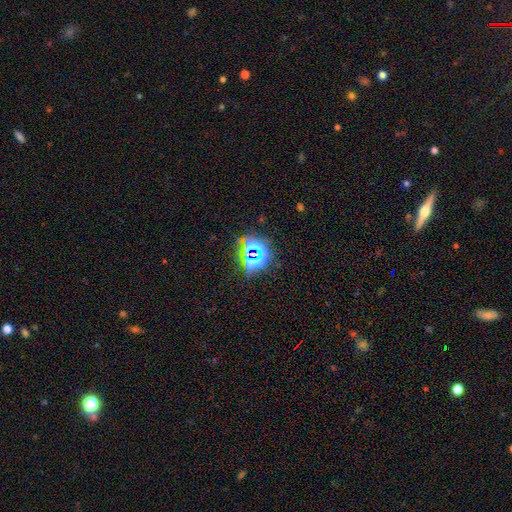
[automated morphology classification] Smooth or featured? Predicted: star or artifact (p=0.77).